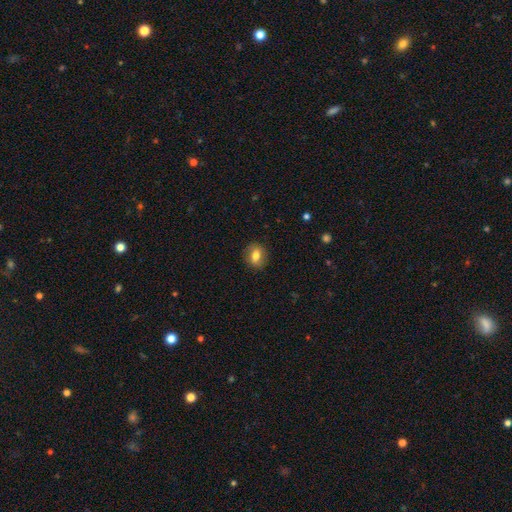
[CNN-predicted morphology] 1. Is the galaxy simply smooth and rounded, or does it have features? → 69% smooth, 22% featured or disk, 9% star or artifact.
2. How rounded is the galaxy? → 51% round, 47% in between, 2% cigar-shaped.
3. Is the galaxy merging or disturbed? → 85% none, 10% minor disturbance, 3% major disturbance, 1% merger.